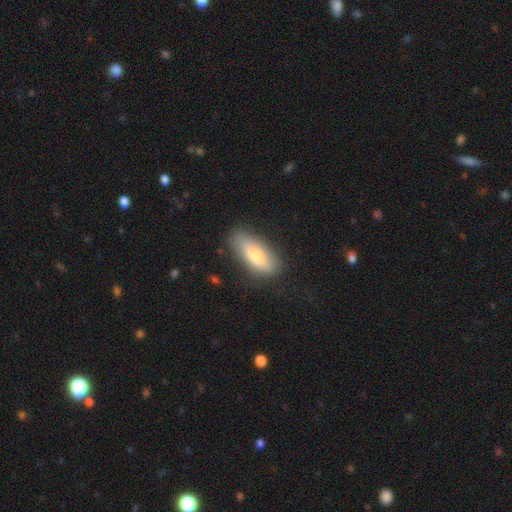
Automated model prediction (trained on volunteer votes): Overall: smooth (68%). How rounded: in between (74%). Merging: none (77%).